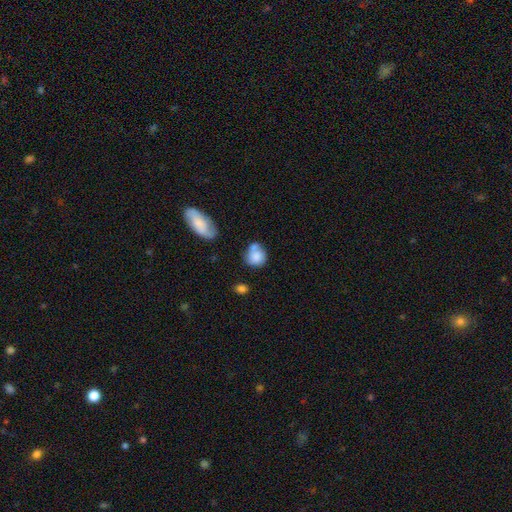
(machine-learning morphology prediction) smooth 77%, featured or disk 15%, star or artifact 8%. Down the decision tree: how rounded — round (70%); merging — none (43%).